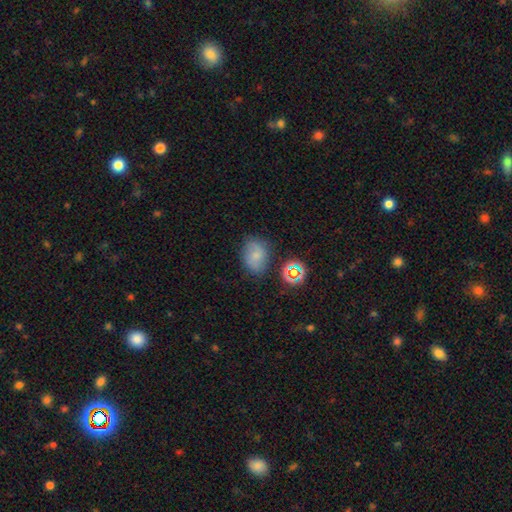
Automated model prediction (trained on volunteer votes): Smooth or featured? smooth (62%)
How rounded? in between (58%)
Merging? none (70%)